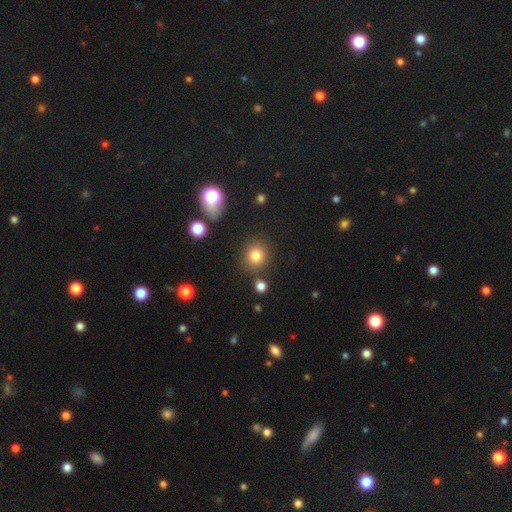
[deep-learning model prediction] Morphology: type=smooth (81%); roundness=round (85%); merging=none (82%).